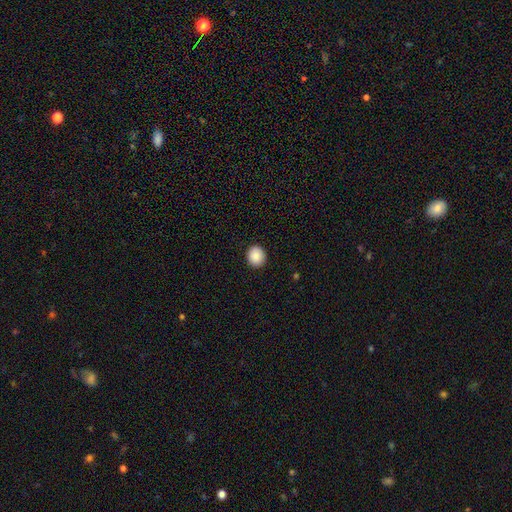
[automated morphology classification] smooth 88%, star or artifact 8%, featured or disk 4%. Down the decision tree: how rounded — round (76%); merging — none (91%).